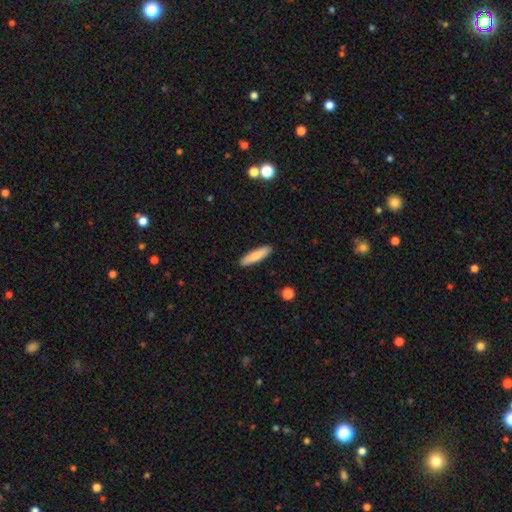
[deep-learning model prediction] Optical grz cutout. It shows a smooth galaxy with no disk features (81%) that is cigar-shaped (77%). Merging: none (90%).